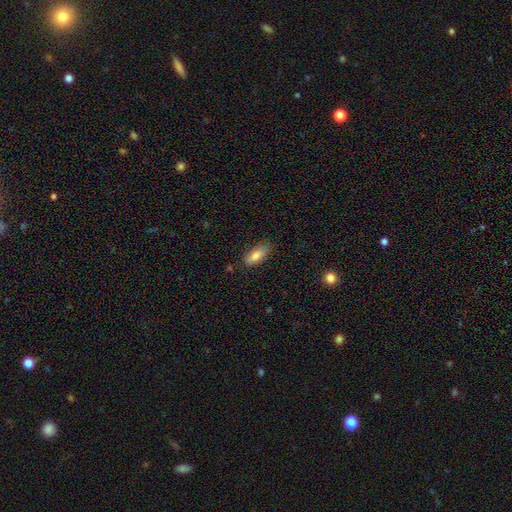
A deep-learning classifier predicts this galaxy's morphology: The model was most divided on "merging": none: 79%, minor disturbance: 16%, major disturbance: 3%, merger: 2%. More confident: smooth or featured — smooth (82%); how rounded — in between (81%).